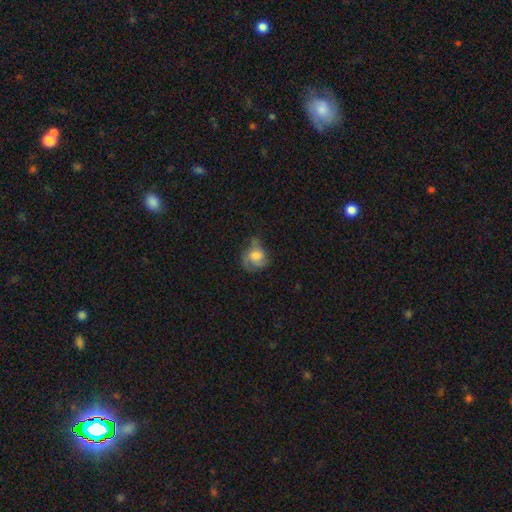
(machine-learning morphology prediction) type=smooth (57%); roundness=round (60%); merging=none (42%).